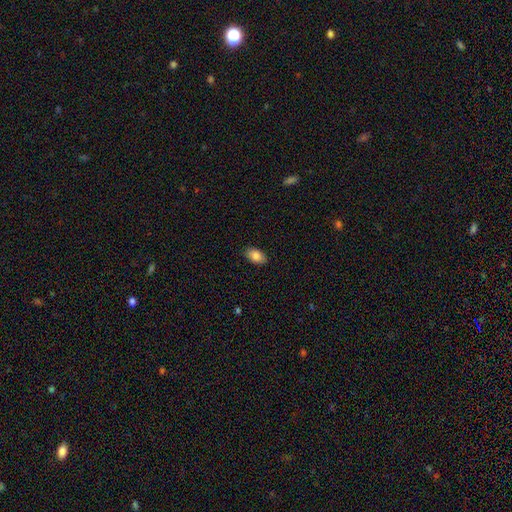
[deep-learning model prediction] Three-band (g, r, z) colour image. It shows a smooth galaxy with no disk features (86%) that is in between round and cigar-shaped (93%). Merging: none (88%).